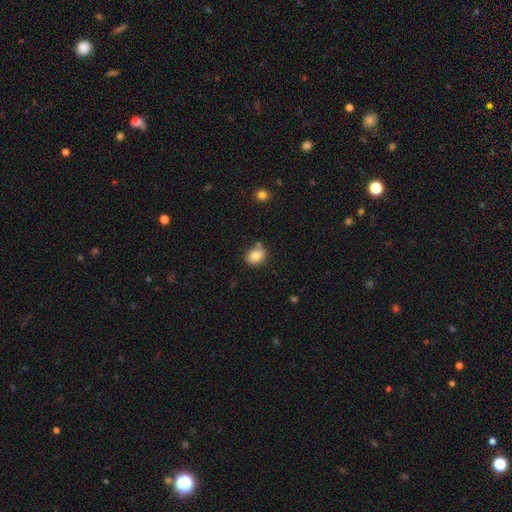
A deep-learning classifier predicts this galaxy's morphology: Smooth or featured? Predicted: smooth (p=0.82). How rounded? Predicted: round (p=0.60). Merging? Predicted: none (p=0.72).